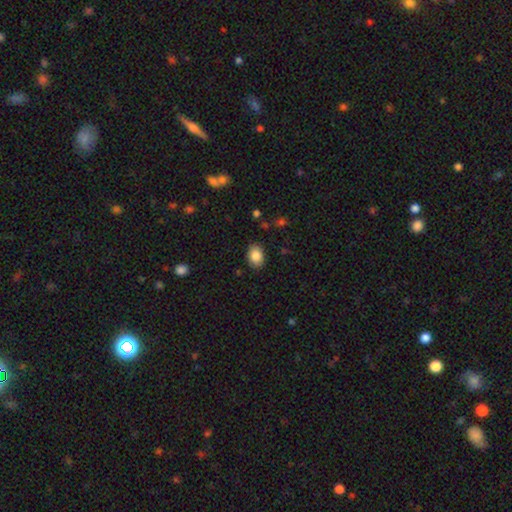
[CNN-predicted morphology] Overall: smooth (86%). How rounded: in between (73%). Merging: none (87%).